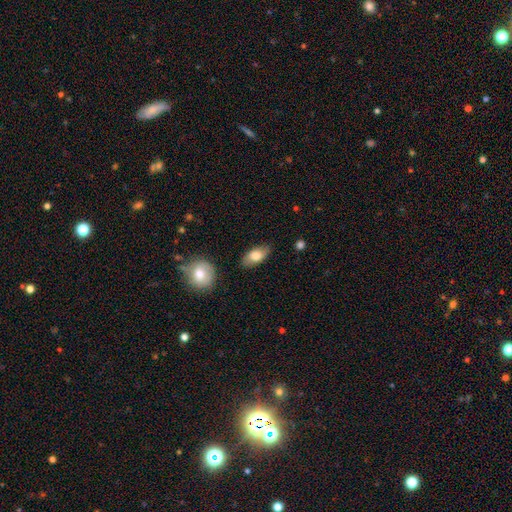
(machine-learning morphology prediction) smooth_or_featured: smooth (p=0.77) [alt: featured or disk p=0.17]
how_rounded: in between (p=0.90) [alt: cigar-shaped p=0.05]
merging: none (p=0.81) [alt: minor disturbance p=0.14]